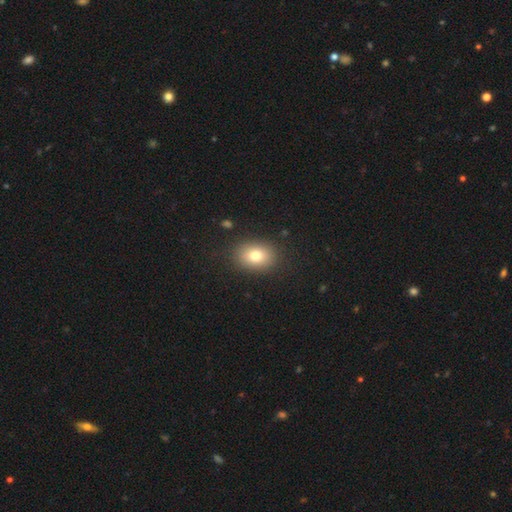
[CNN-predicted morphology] Q: Smooth or featured?
A: smooth (78%); runner-up: featured or disk (11%)
Q: How rounded?
A: in between (66%); runner-up: round (33%)
Q: Merging?
A: none (86%); runner-up: minor disturbance (9%)